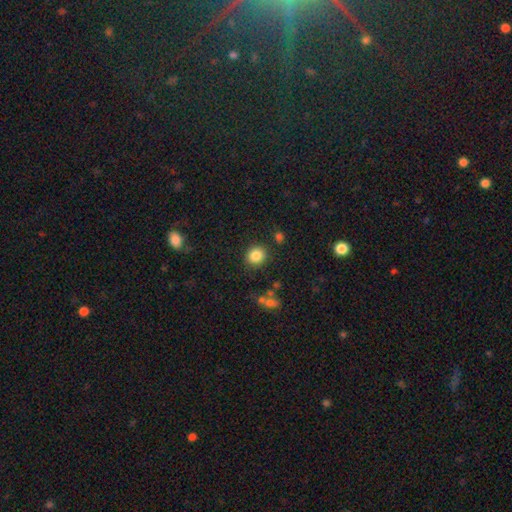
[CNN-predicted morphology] Overall: smooth (85%). How rounded: round (79%). Merging: none (85%).